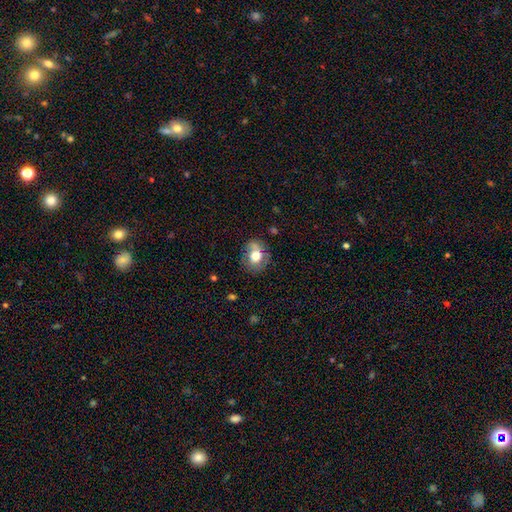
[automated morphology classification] smooth_or_featured: smooth (p=0.65) [alt: featured or disk p=0.26]
how_rounded: round (p=0.58) [alt: in between p=0.41]
merging: none (p=0.65) [alt: minor disturbance p=0.24]